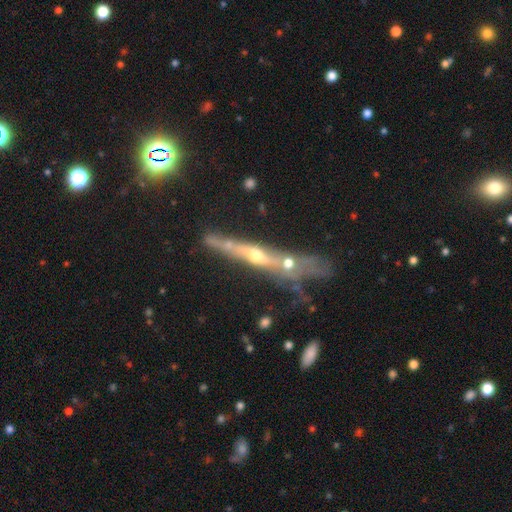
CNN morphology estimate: featured or disk 72%, smooth 20%, star or artifact 8%. Down the decision tree: edge-on disk — yes (83%); edge-on bulge — rounded (83%); merging — none (47%).